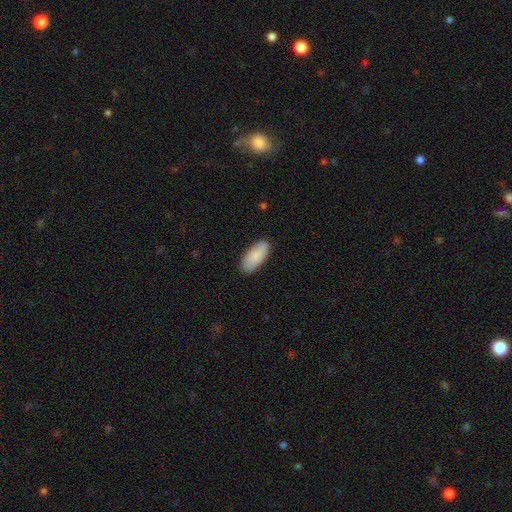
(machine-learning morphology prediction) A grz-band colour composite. It shows a smooth galaxy with no disk features (87%) that is in between round and cigar-shaped (89%). Merging: none (85%).